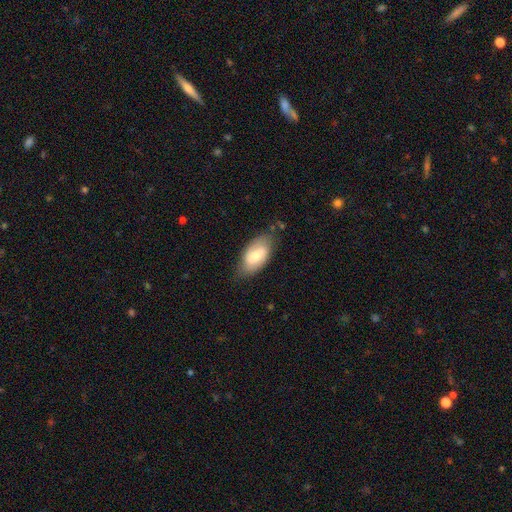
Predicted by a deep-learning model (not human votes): Smooth or featured? smooth (61%)
How rounded? in between (93%)
Merging? none (72%)